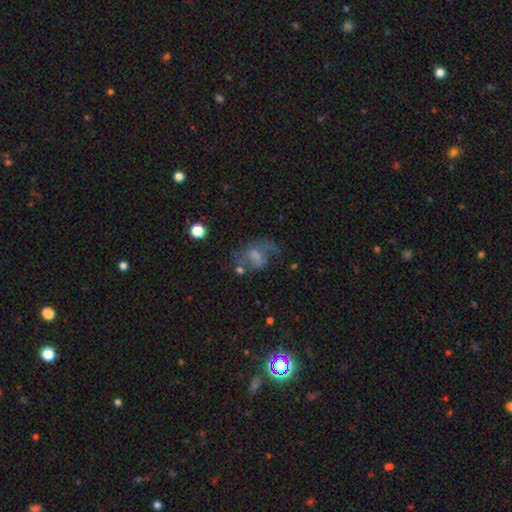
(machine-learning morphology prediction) A featured or disk galaxy (49%).

Vote fractions:
- Smooth or featured? featured or disk: 49% / smooth: 37% / star or artifact: 14%
- Merging? major disturbance: 37% / none: 36% / minor disturbance: 21% / merger: 6%